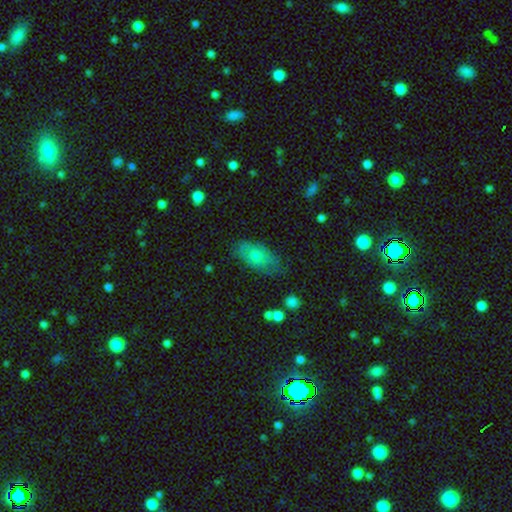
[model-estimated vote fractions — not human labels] A smooth galaxy with no disk features (67%) that is in between round and cigar-shaped (89%). Merging: none (70%).